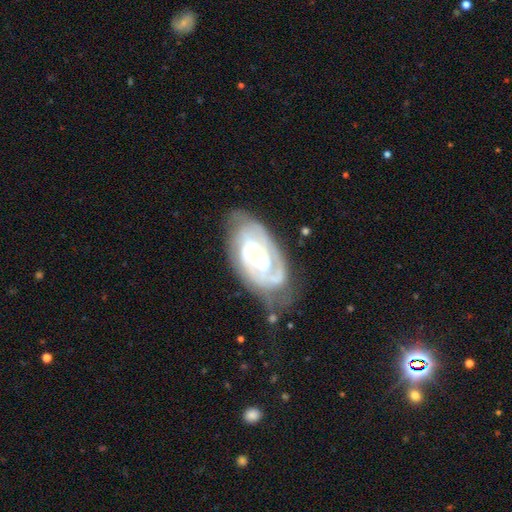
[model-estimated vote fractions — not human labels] Smooth or featured? featured or disk (85%)
Edge-on disk? no (96%)
Bar? no (70%)
Spiral arms? yes (93%)
Spiral winding? tight (71%)
Spiral arm count? 2 (37%)
Bulge size? small (55%)
Merging? none (58%)